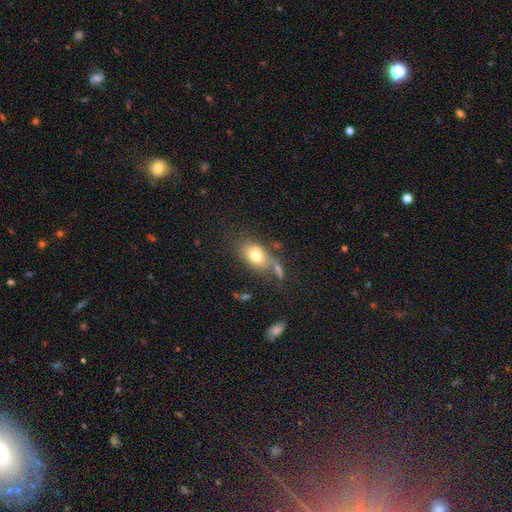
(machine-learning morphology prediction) Smooth or featured? smooth (74%)
How rounded? in between (80%)
Merging? none (54%)